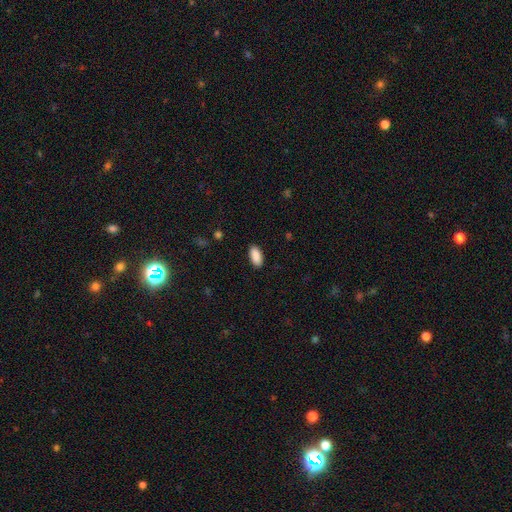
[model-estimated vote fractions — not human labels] The model was most divided on "merging": none: 89%, minor disturbance: 8%, major disturbance: 2%, merger: 1%. More confident: how rounded — in between (91%); smooth or featured — smooth (90%).